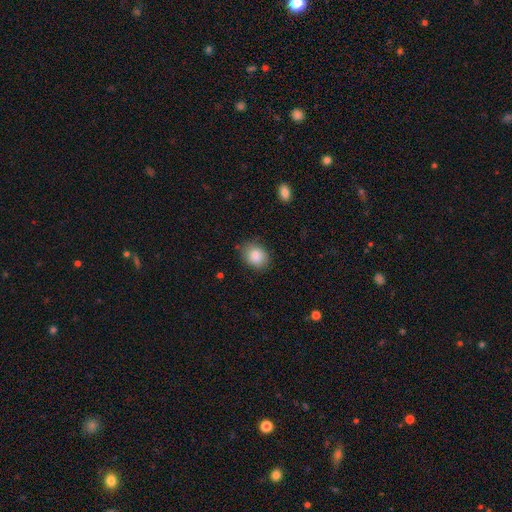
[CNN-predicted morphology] Q: Smooth or featured?
A: smooth (86%); runner-up: star or artifact (8%)
Q: How rounded?
A: in between (50%); runner-up: round (49%)
Q: Merging?
A: none (81%); runner-up: minor disturbance (14%)